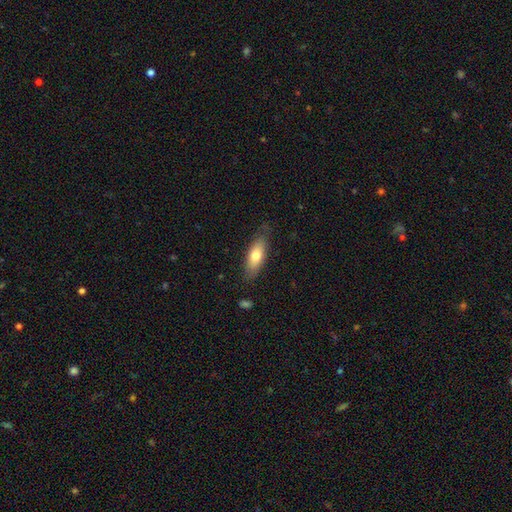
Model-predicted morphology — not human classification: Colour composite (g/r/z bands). It shows a smooth galaxy with no disk features (71%) that is in between round and cigar-shaped (70%). Merging: none (75%).